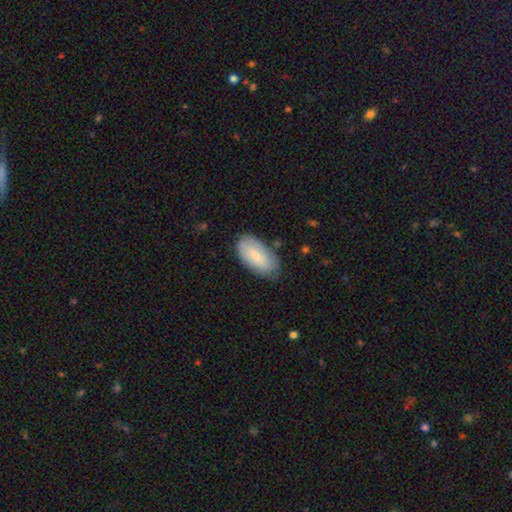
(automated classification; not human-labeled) Smooth or featured? Predicted: smooth (p=0.78). How rounded? Predicted: in between (p=0.93). Merging? Predicted: none (p=0.75).